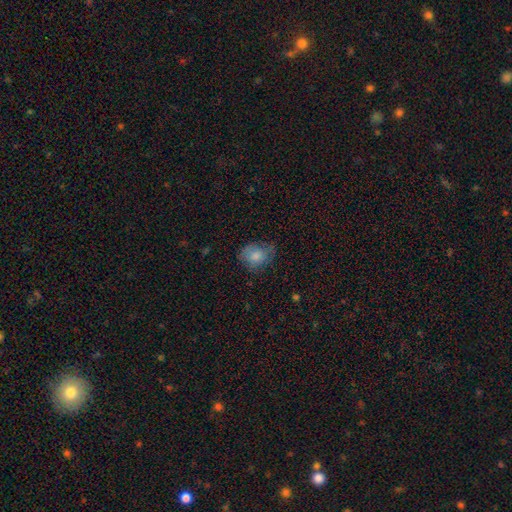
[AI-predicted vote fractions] Smooth or featured? Predicted: smooth (p=0.77). How rounded? Predicted: round (p=0.54). Merging? Predicted: none (p=0.61).